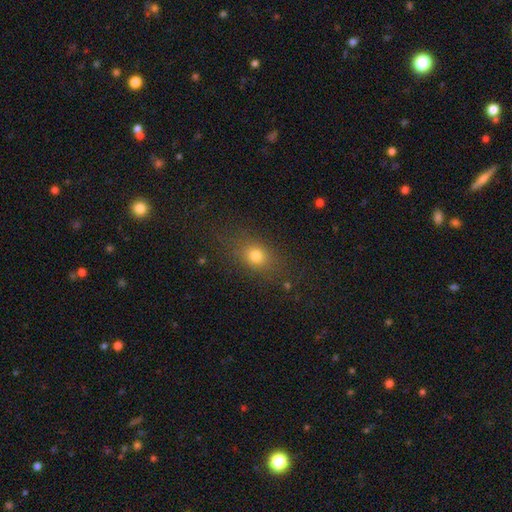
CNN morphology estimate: Smooth or featured: smooth — 74% (star or artifact — 15%)
How rounded: in between — 54% (round — 41%)
Merging: none — 79% (minor disturbance — 13%)